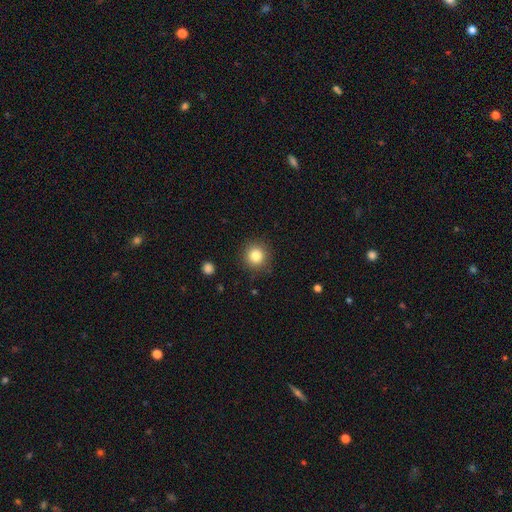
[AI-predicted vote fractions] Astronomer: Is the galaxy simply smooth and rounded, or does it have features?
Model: smooth — 83%.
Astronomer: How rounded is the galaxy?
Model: round — 93%.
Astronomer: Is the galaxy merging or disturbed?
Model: none — 89%.